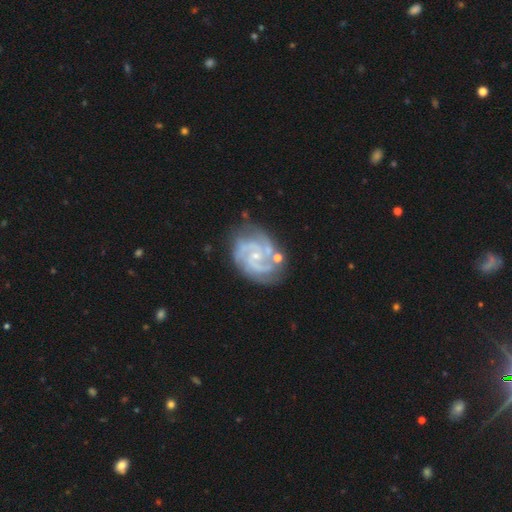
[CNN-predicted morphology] A featured or disk galaxy (91%) with no bar (62%), 3 (41%) tight (50%) spiral arms (98%) and a small central bulge (79%). Merging: none (68%).